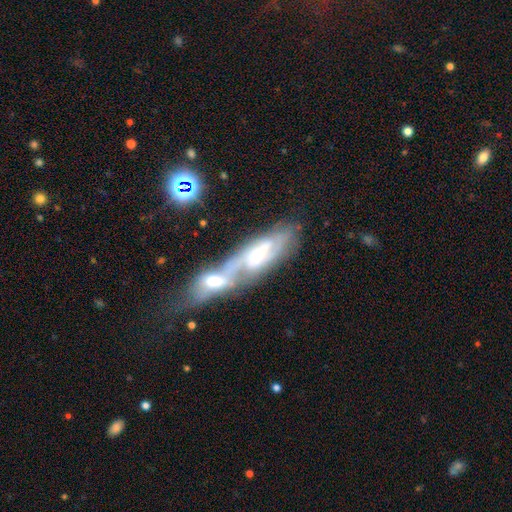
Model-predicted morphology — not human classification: type=featured or disk (61%); edge-on=no (70%); merging=merger (65%).